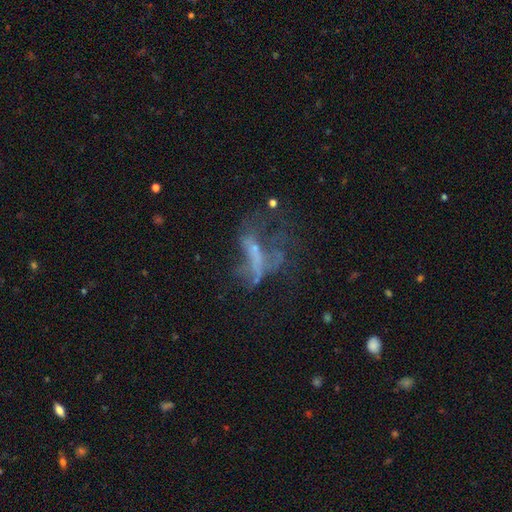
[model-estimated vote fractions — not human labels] Smooth or featured?
  - featured or disk: 53% *
  - star or artifact: 25%
  - smooth: 21%
Edge-on disk?
  - no: 91% *
  - yes: 9%
Merging?
  - major disturbance: 46% *
  - none: 30%
  - minor disturbance: 13%
  - merger: 11%